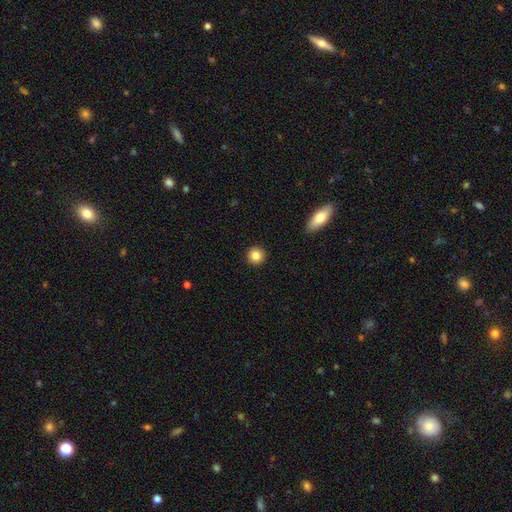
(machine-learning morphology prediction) Smooth or featured?
  - smooth: 85% *
  - star or artifact: 9%
  - featured or disk: 6%
How rounded?
  - round: 95% *
  - in between: 4%
  - cigar-shaped: 1%
Merging?
  - none: 93% *
  - minor disturbance: 5%
  - major disturbance: 1%
  - merger: 1%